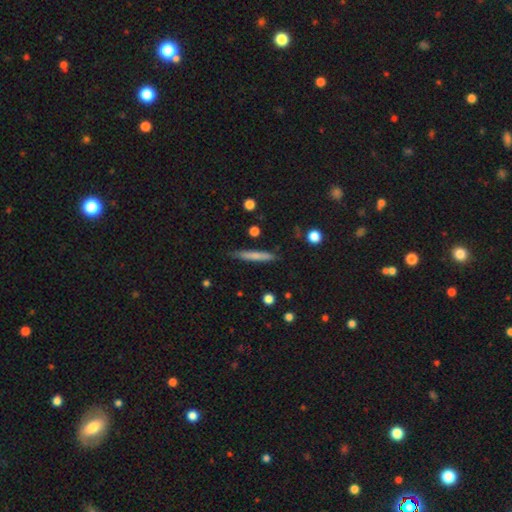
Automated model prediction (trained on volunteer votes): Q: Smooth or featured?
A: smooth (68%); runner-up: featured or disk (26%)
Q: How rounded?
A: cigar-shaped (94%); runner-up: in between (4%)
Q: Merging?
A: none (84%); runner-up: minor disturbance (12%)